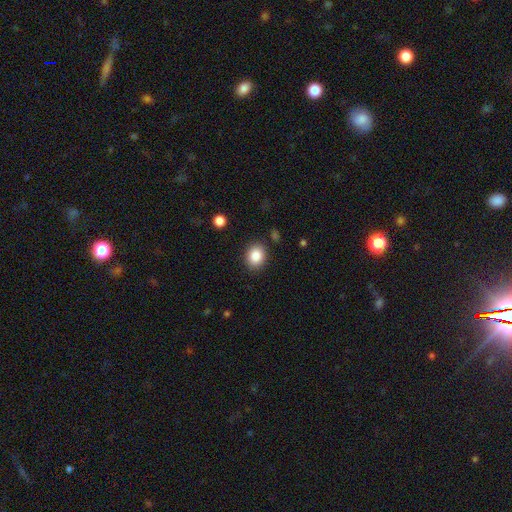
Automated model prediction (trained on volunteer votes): This is clearly a smooth galaxy (86%). How rounded: possibly round (58%). Merging: clearly none (87%).